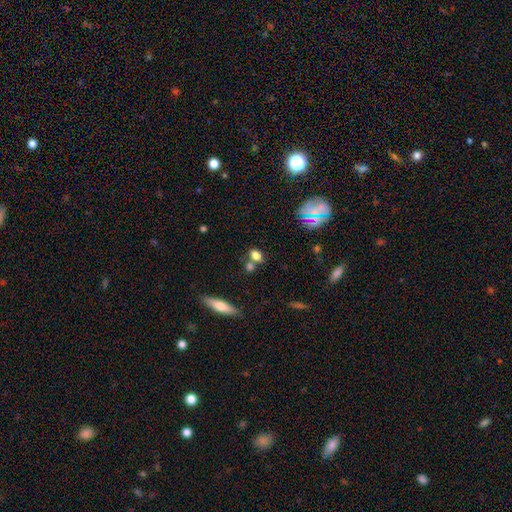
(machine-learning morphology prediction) Smooth or featured?
  - smooth: 75% *
  - star or artifact: 14%
  - featured or disk: 11%
How rounded?
  - in between: 63% *
  - round: 32%
  - cigar-shaped: 5%
Merging?
  - none: 53% *
  - merger: 30%
  - minor disturbance: 12%
  - major disturbance: 4%